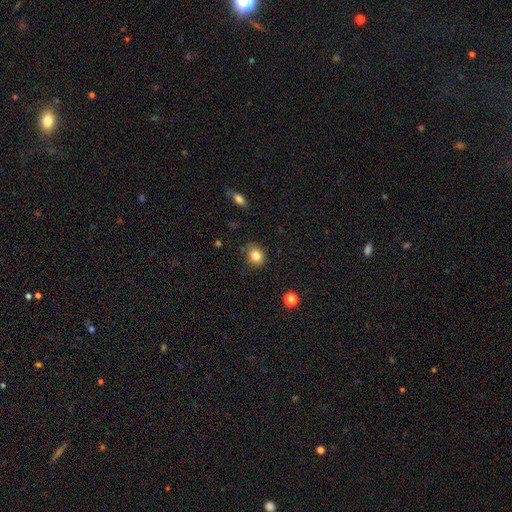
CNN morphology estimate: A smooth galaxy with no disk features (82%) that is round (57%). Merging: none (80%).